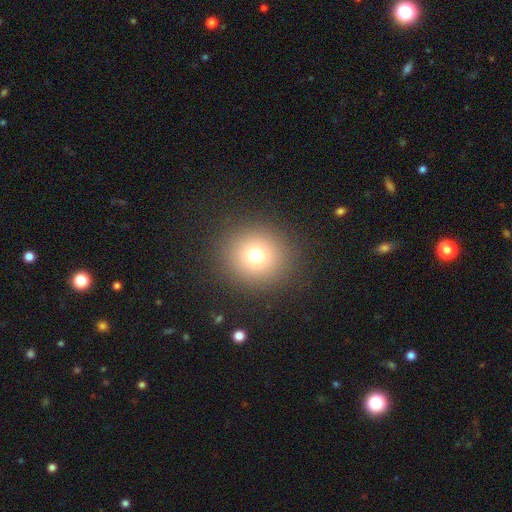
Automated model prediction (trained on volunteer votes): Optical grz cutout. It shows a smooth galaxy with no disk features (72%) that is round (91%). Merging: none (90%).